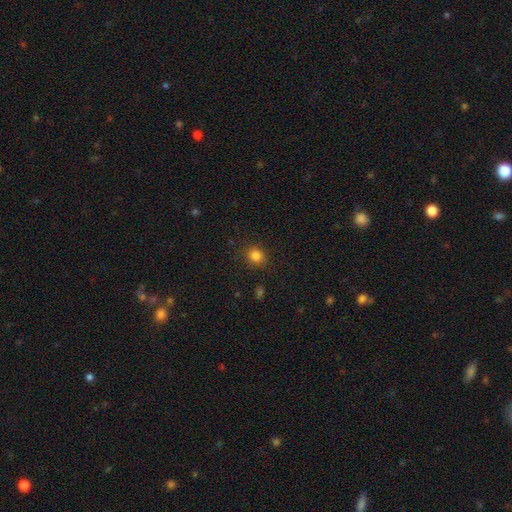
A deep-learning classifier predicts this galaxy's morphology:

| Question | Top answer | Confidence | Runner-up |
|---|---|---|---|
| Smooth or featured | smooth | 83% | star or artifact (13%) |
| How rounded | round | 78% | in between (21%) |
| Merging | none | 87% | minor disturbance (9%) |